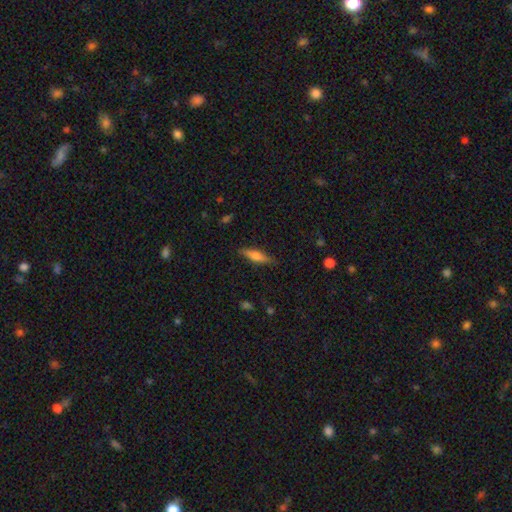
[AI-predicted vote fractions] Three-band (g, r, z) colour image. It shows a featured or disk galaxy (49%). Merging: none (87%).